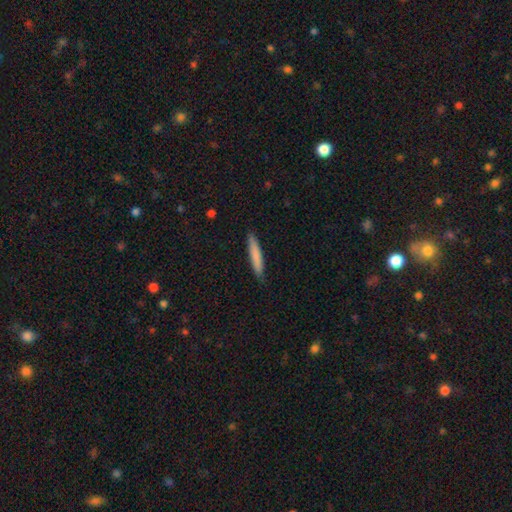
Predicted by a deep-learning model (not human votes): Smooth or featured? Predicted: smooth (p=0.79). How rounded? Predicted: cigar-shaped (p=0.93). Merging? Predicted: none (p=0.87).